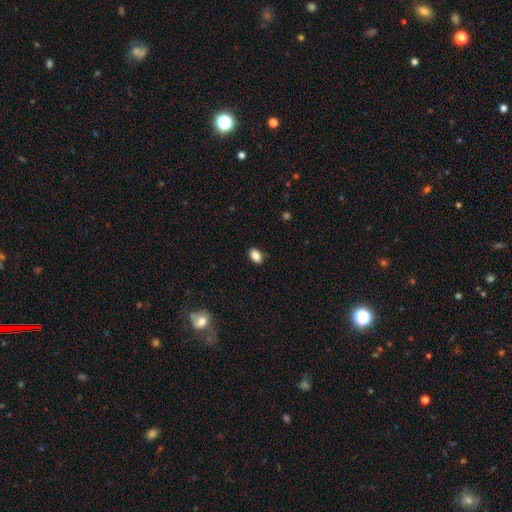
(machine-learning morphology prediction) Smooth or featured? Predicted: smooth (p=0.86). How rounded? Predicted: in between (p=0.84). Merging? Predicted: none (p=0.87).